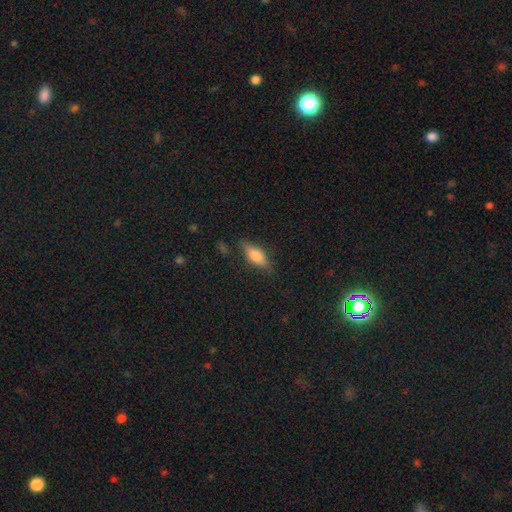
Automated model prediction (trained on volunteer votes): Smooth or featured? smooth (69%)
How rounded? in between (67%)
Merging? none (77%)